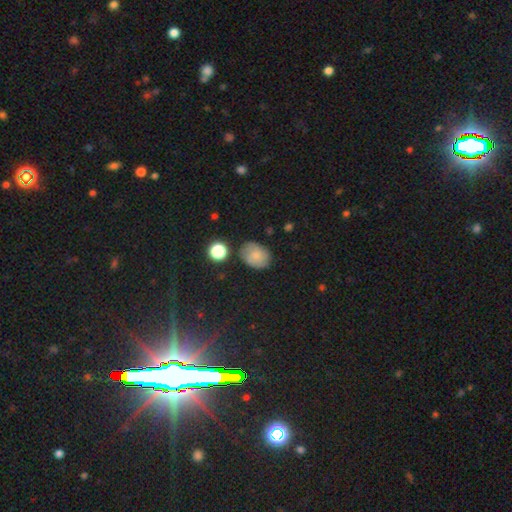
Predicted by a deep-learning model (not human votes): Smooth or featured: smooth — 67% (featured or disk — 21%)
How rounded: in between — 62% (round — 36%)
Merging: none — 72% (minor disturbance — 19%)